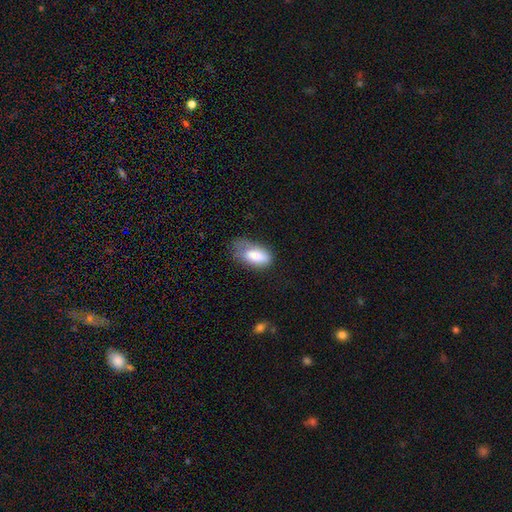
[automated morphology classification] A smooth galaxy with no disk features (81%) that is in between round and cigar-shaped (91%).

Vote fractions:
- Smooth or featured? smooth: 81% / featured or disk: 12% / star or artifact: 7%
- How rounded? in between: 91% / cigar-shaped: 6% / round: 3%
- Merging? minor disturbance: 38% / none: 33% / major disturbance: 26% / merger: 3%